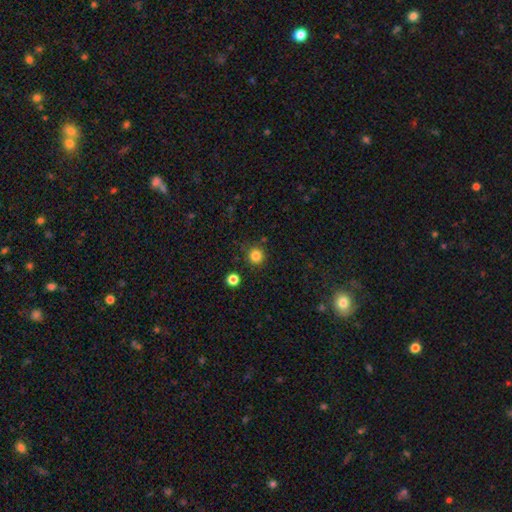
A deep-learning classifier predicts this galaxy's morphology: Smooth or featured?
  - smooth: 83% *
  - star or artifact: 13%
  - featured or disk: 4%
How rounded?
  - round: 94% *
  - in between: 5%
  - cigar-shaped: 1%
Merging?
  - none: 86% *
  - minor disturbance: 8%
  - merger: 4%
  - major disturbance: 3%